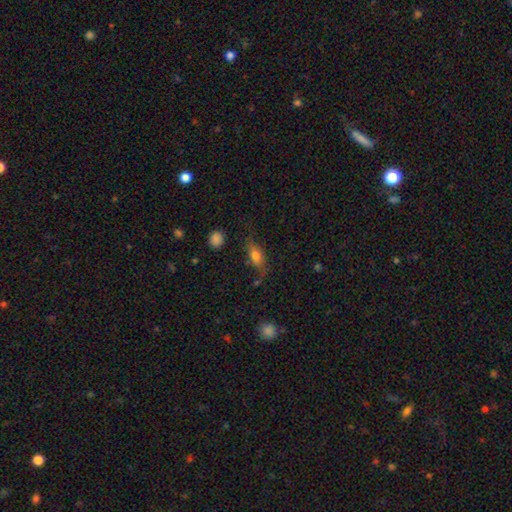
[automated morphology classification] Smooth or featured? Predicted: smooth (p=0.69). How rounded? Predicted: in between (p=0.77). Merging? Predicted: none (p=0.62).